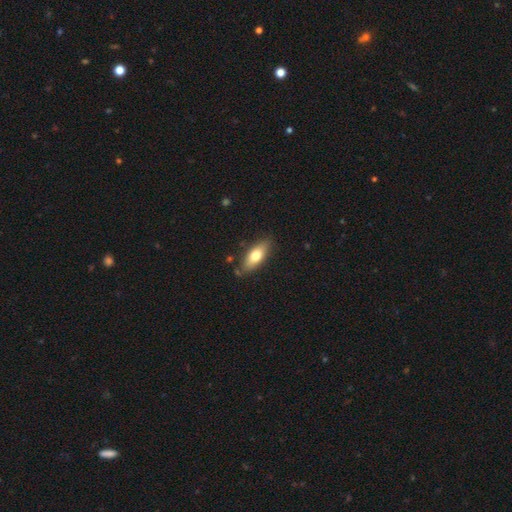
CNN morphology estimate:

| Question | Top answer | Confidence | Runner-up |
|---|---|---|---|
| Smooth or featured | smooth | 71% | featured or disk (23%) |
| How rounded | in between | 74% | cigar-shaped (23%) |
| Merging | none | 80% | minor disturbance (14%) |